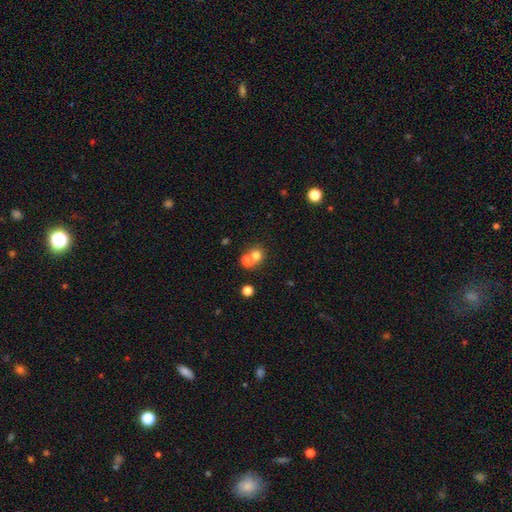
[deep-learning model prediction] Overall: smooth (71%). How rounded: round (83%). Merging: merger (47%; none 45%).